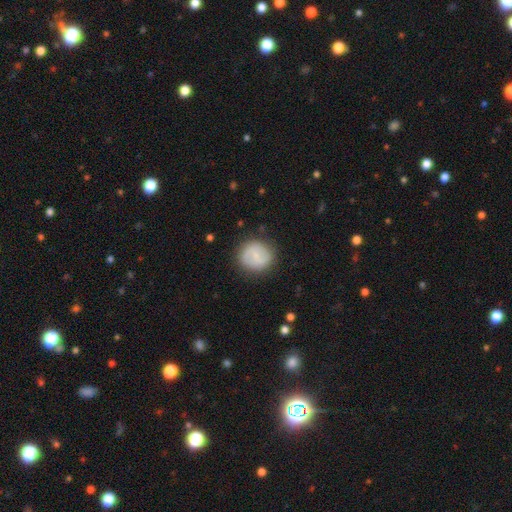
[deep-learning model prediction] smooth-or-featured: smooth: 51% | featured or disk: 43% | star or artifact: 7%
  how-rounded: round: 86% | in between: 13% | cigar-shaped: 1%
  merging: none: 84% | minor disturbance: 11% | major disturbance: 4% | merger: 1%